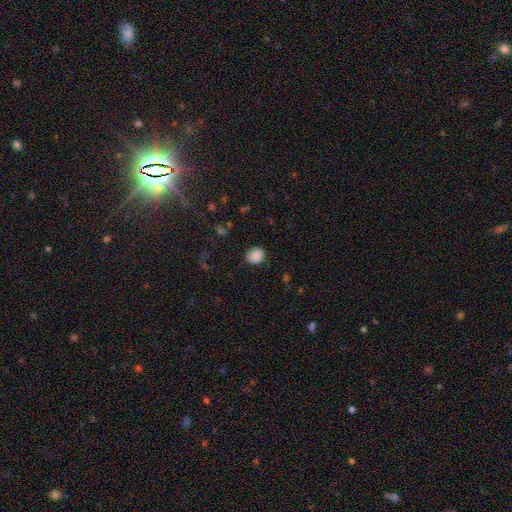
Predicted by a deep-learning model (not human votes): This appears to be a smooth galaxy with no disk features (88%) that is round (69%). Merging: none (85%).